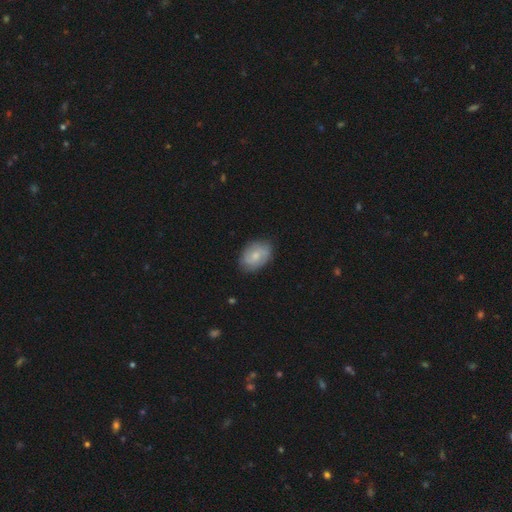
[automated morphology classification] The model was most divided on "smooth or featured": smooth: 60%, featured or disk: 33%, star or artifact: 7%. More confident: how rounded — in between (82%); merging — none (79%).